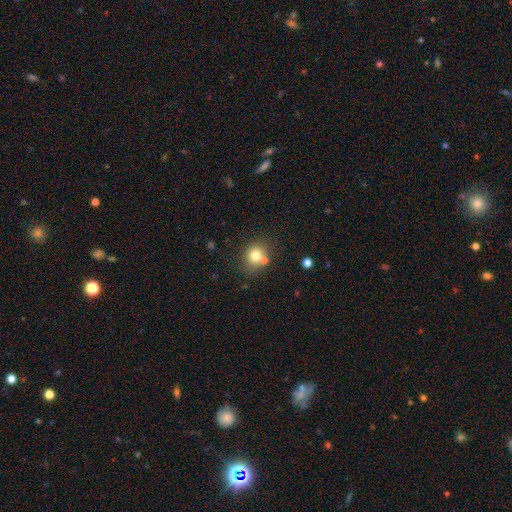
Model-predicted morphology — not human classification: smooth-or-featured: smooth: 77% | star or artifact: 12% | featured or disk: 11%
  how-rounded: round: 77% | in between: 22% | cigar-shaped: 1%
  merging: none: 67% | merger: 18% | minor disturbance: 11% | major disturbance: 4%